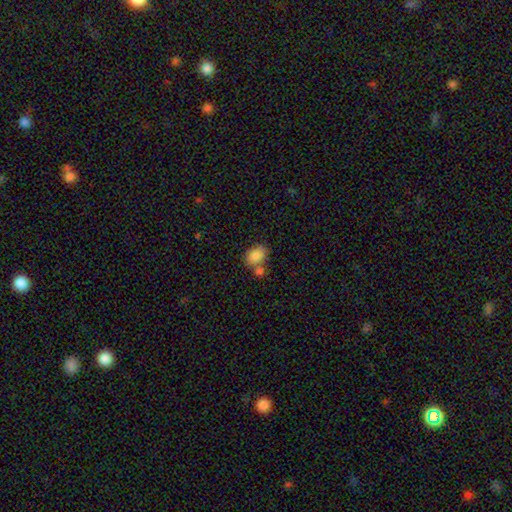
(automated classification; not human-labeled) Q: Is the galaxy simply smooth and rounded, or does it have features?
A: smooth — 86%.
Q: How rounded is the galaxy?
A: in between — 73%.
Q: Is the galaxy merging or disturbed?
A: none — 54%.